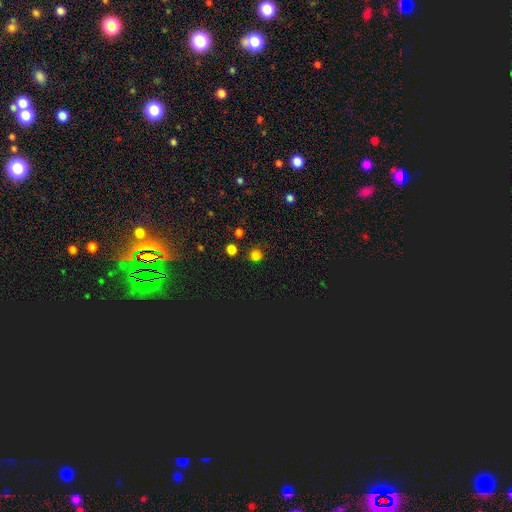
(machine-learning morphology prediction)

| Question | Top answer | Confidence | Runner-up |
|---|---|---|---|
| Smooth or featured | smooth | 68% | star or artifact (27%) |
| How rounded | round | 87% | in between (12%) |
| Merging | none | 77% | minor disturbance (13%) |